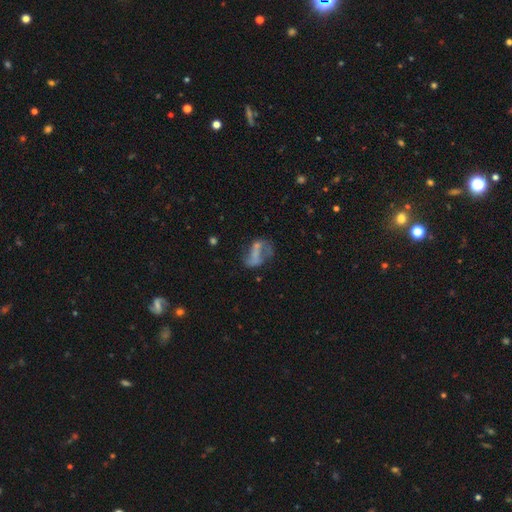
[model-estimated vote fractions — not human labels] This is possibly a featured or disk galaxy (52%). It is clearly not viewed edge-on (96%). Merging: marginally major disturbance (33%).